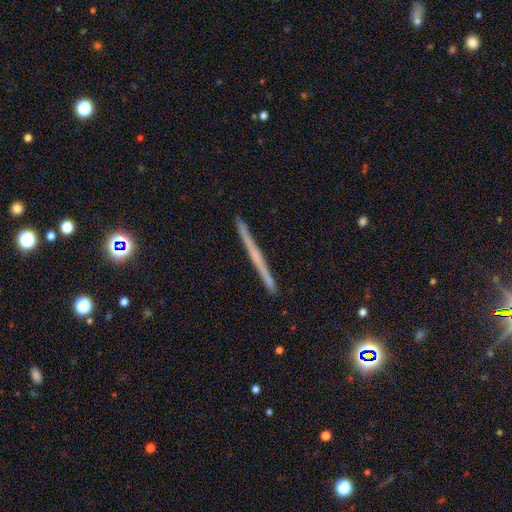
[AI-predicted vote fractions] The model was most divided on "smooth or featured": featured or disk: 62%, smooth: 27%, star or artifact: 11%. More confident: edge-on disk — yes (97%); merging — none (90%); edge-on bulge — none (68%).